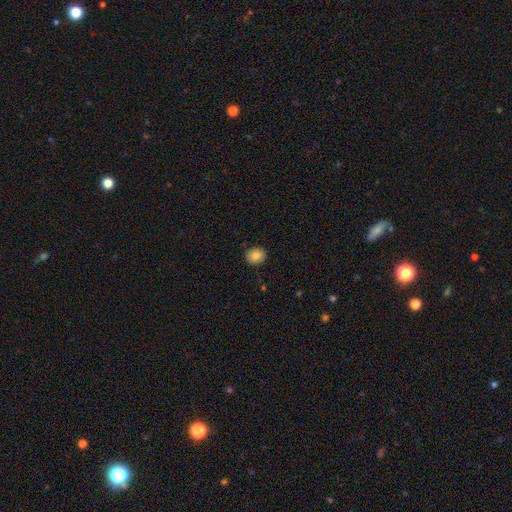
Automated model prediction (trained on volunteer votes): This is clearly a smooth galaxy (82%). How rounded: likely round (71%). Merging: clearly none (89%).